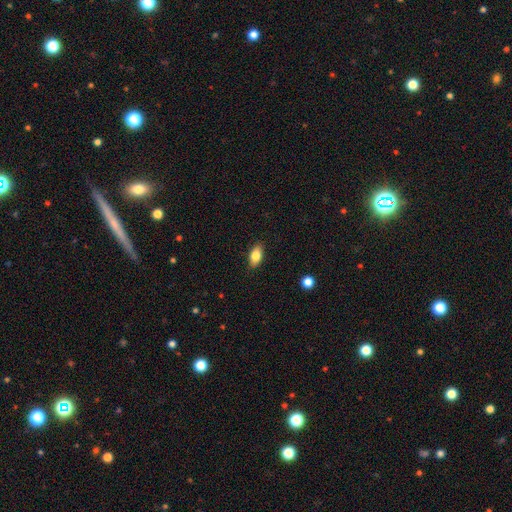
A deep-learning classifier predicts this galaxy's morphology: type=smooth (82%); roundness=in between (89%); merging=none (87%).